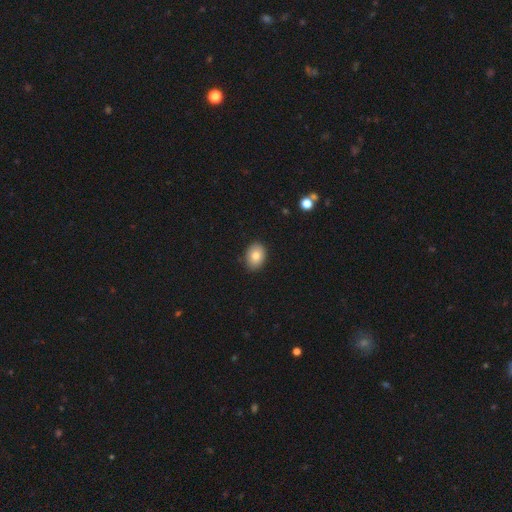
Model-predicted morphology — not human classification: Smooth or featured? smooth (82%)
How rounded? in between (68%)
Merging? none (87%)